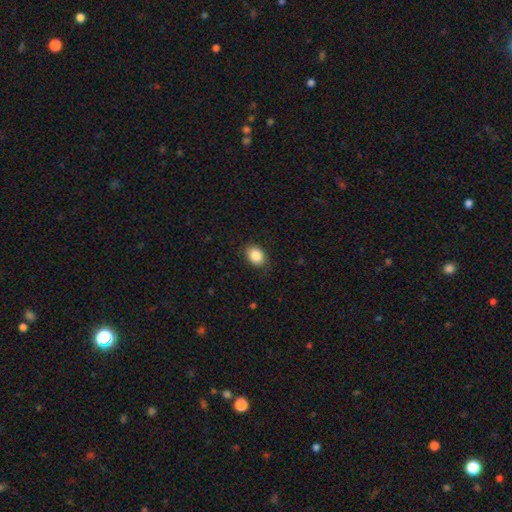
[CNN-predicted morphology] smooth_or_featured: smooth (p=0.87) [alt: star or artifact p=0.08]
how_rounded: in between (p=0.70) [alt: round p=0.29]
merging: none (p=0.83) [alt: minor disturbance p=0.13]